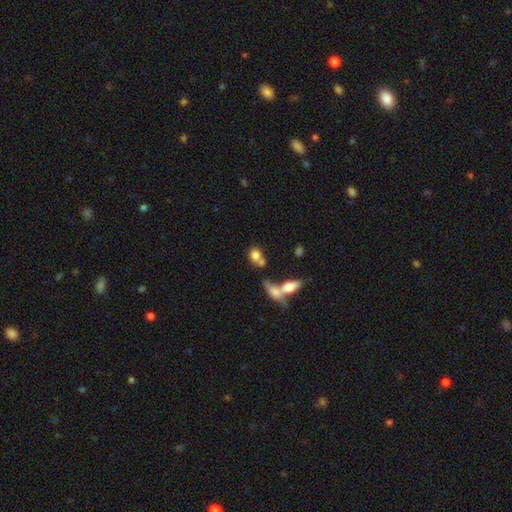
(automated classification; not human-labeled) smooth_or_featured: smooth (p=0.76) [alt: featured or disk p=0.14]
how_rounded: round (p=0.53) [alt: in between p=0.44]
merging: merger (p=0.46) [alt: none p=0.38]